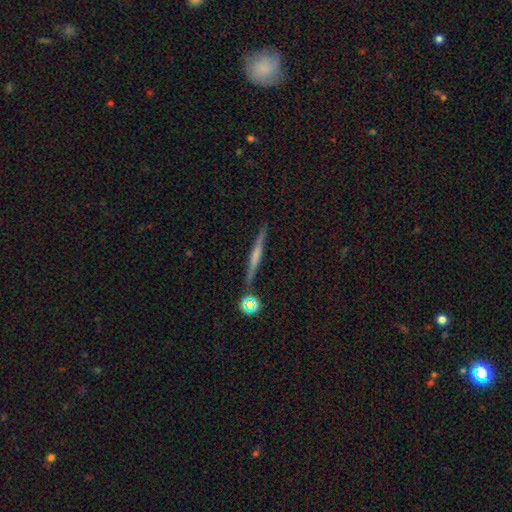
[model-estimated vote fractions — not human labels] Smooth or featured: featured or disk — 54% (smooth — 37%)
Edge-on disk: yes — 96% (no — 4%)
Edge-on bulge: none — 52% (rounded — 28%)
Merging: none — 85% (minor disturbance — 8%)